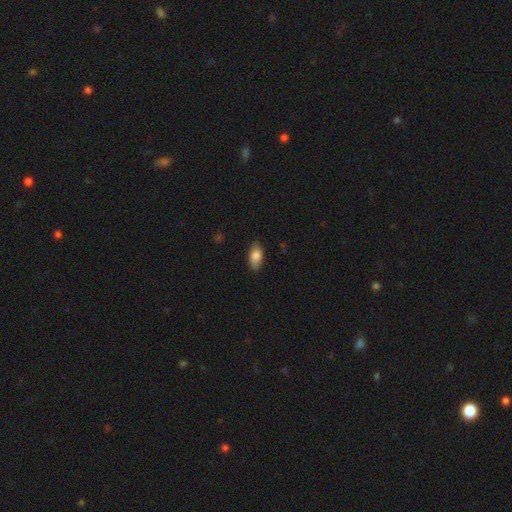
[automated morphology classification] smooth_or_featured: smooth (p=0.83) [alt: featured or disk p=0.11]
how_rounded: in between (p=0.90) [alt: cigar-shaped p=0.05]
merging: none (p=0.77) [alt: minor disturbance p=0.19]